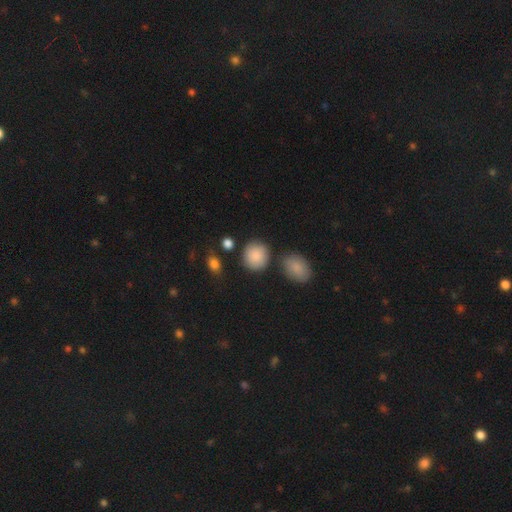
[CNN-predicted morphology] Smooth or featured? smooth (87%)
How rounded? round (83%)
Merging? none (76%)